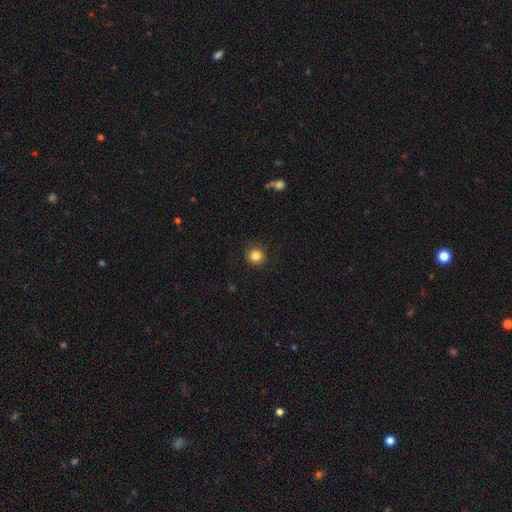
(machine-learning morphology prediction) smooth_or_featured: smooth (p=0.84) [alt: star or artifact p=0.11]
how_rounded: round (p=0.94) [alt: in between p=0.05]
merging: none (p=0.91) [alt: minor disturbance p=0.06]